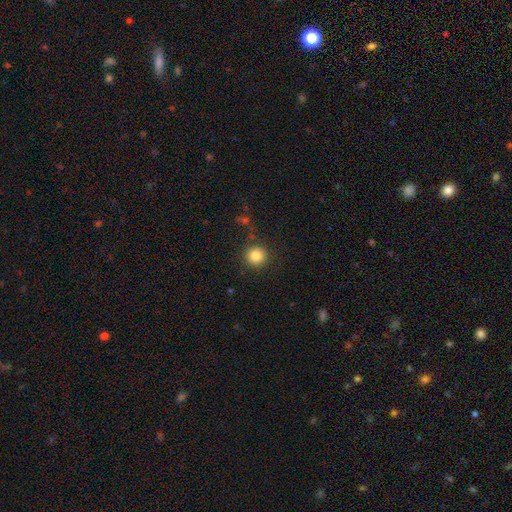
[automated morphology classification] smooth-or-featured: smooth: 84% | star or artifact: 11% | featured or disk: 5%
  how-rounded: round: 94% | in between: 5% | cigar-shaped: 1%
  merging: none: 88% | minor disturbance: 7% | major disturbance: 3% | merger: 2%